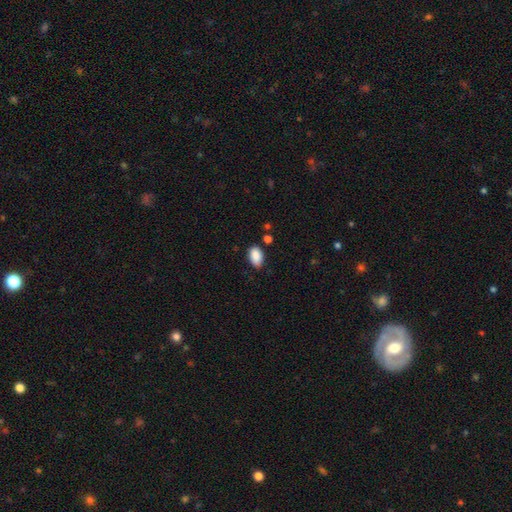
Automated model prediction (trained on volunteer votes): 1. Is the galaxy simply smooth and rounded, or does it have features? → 89% smooth, 7% star or artifact, 3% featured or disk.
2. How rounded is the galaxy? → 92% in between, 7% round, 1% cigar-shaped.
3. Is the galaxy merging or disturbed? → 78% none, 16% minor disturbance, 3% major disturbance, 3% merger.